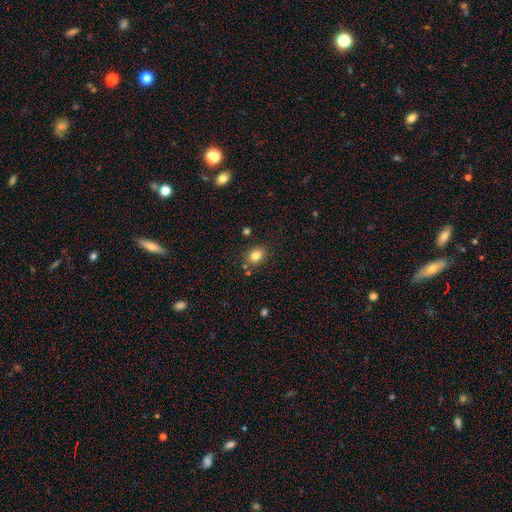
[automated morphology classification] This is clearly a smooth galaxy (82%). How rounded: possibly in between (59%). Merging: likely none (80%).